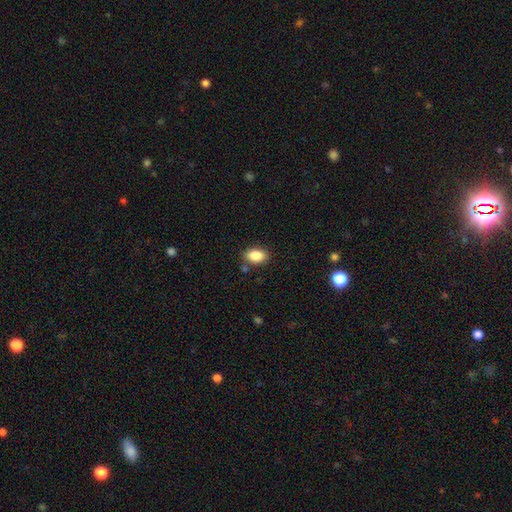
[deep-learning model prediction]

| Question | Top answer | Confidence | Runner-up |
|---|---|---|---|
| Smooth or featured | smooth | 86% | star or artifact (8%) |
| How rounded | in between | 85% | round (14%) |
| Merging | none | 84% | minor disturbance (10%) |